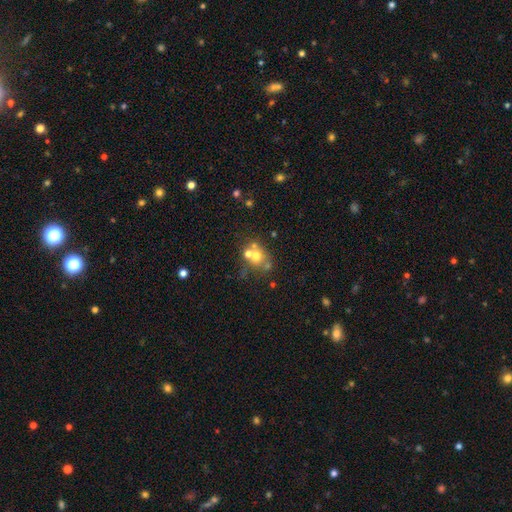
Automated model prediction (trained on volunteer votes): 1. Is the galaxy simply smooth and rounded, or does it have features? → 55% smooth, 28% featured or disk, 17% star or artifact.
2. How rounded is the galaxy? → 69% round, 30% in between, 1% cigar-shaped.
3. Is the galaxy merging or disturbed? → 42% none, 41% merger, 10% minor disturbance, 7% major disturbance.